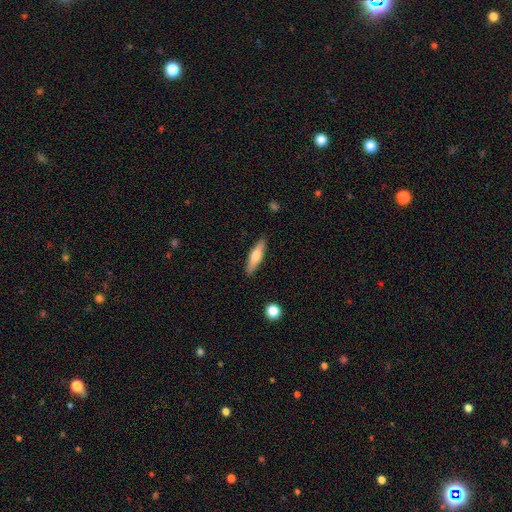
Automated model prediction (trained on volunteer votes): Smooth or featured: smooth — 54% (featured or disk — 40%)
How rounded: cigar-shaped — 76% (in between — 22%)
Merging: none — 88% (minor disturbance — 9%)